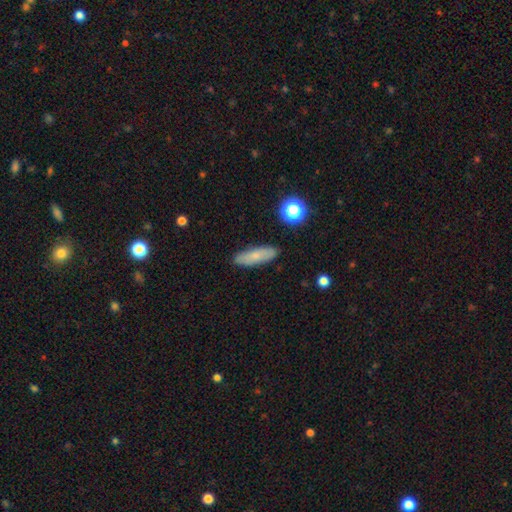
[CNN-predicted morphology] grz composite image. It shows a smooth galaxy with no disk features (74%) that is cigar-shaped (55%). Merging: none (88%).